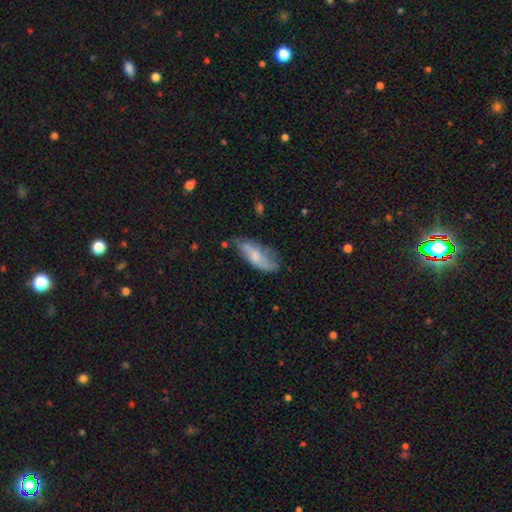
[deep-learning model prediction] This appears to be a smooth galaxy with no disk features (55%) that is in between round and cigar-shaped (76%). Merging: none (45%).